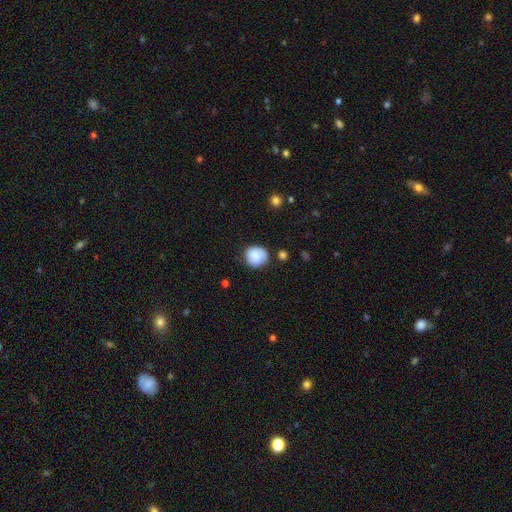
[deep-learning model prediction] Smooth or featured?
  - smooth: 83% *
  - featured or disk: 9%
  - star or artifact: 8%
How rounded?
  - round: 84% *
  - in between: 16%
  - cigar-shaped: 1%
Merging?
  - none: 69% *
  - minor disturbance: 23%
  - major disturbance: 5%
  - merger: 3%